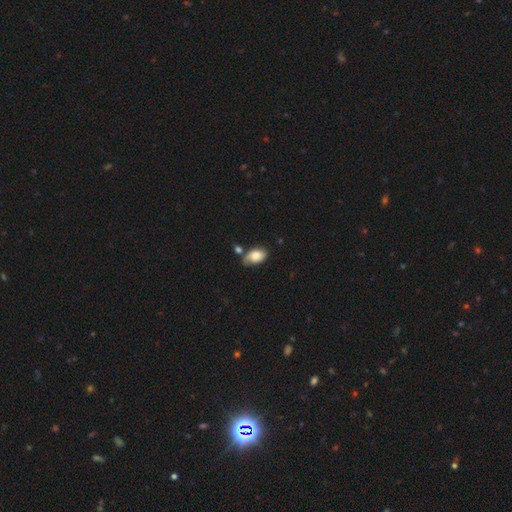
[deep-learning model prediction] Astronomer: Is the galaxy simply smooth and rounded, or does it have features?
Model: smooth — 76%.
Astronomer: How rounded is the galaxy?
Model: in between — 90%.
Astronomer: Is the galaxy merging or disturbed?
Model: none — 47% (runner-up: minor disturbance, 29%).